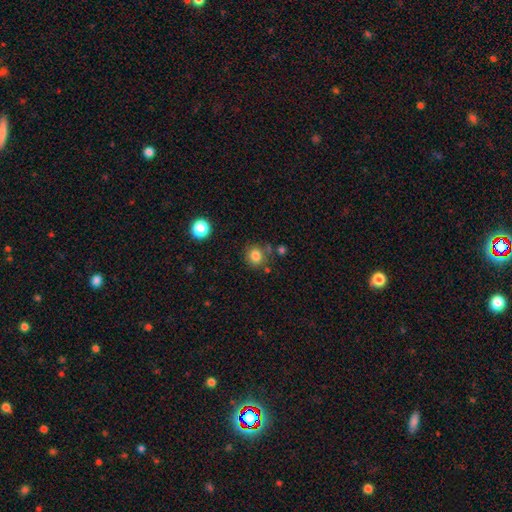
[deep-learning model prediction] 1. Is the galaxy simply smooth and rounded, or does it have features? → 83% smooth, 11% star or artifact, 6% featured or disk.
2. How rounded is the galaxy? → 86% round, 13% in between, 1% cigar-shaped.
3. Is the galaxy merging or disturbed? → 78% none, 11% minor disturbance, 7% merger, 4% major disturbance.